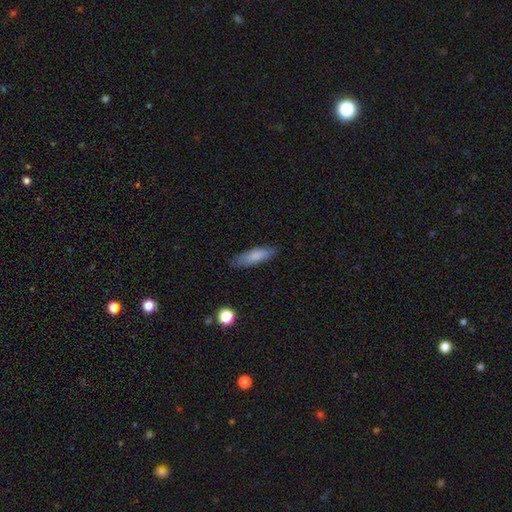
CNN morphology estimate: The model was most divided on "how rounded": cigar-shaped: 57%, in between: 41%, round: 2%. More confident: merging — none (82%); smooth or featured — smooth (80%).